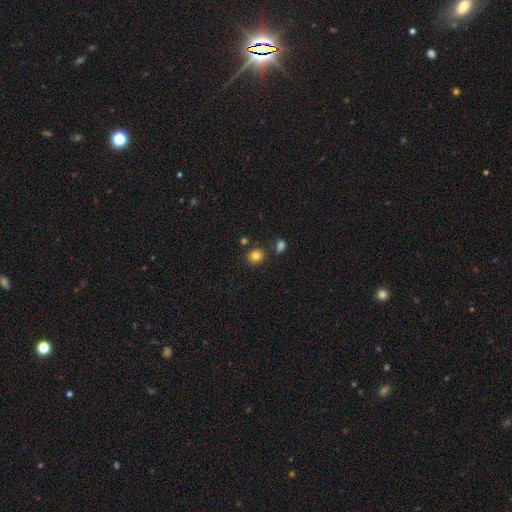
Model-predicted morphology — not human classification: type=smooth (83%); roundness=round (80%); merging=none (81%).